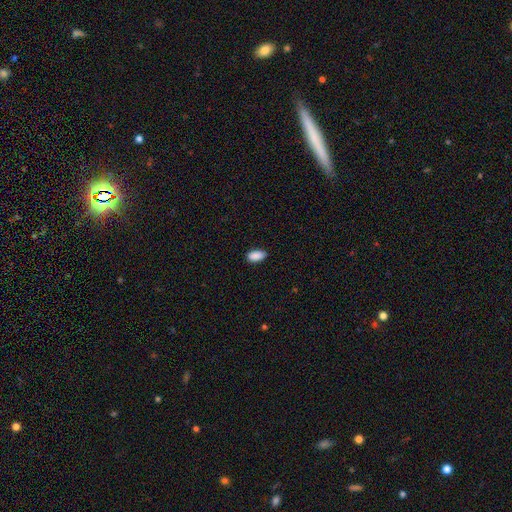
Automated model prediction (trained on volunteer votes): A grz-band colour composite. It shows a smooth galaxy with no disk features (90%) that is in between round and cigar-shaped (93%). Merging: none (87%).